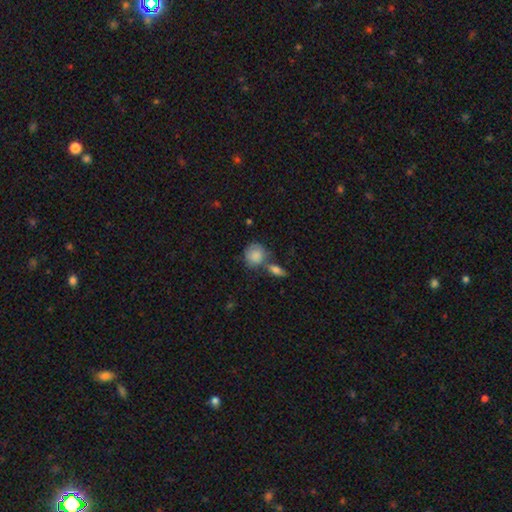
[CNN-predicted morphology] Q: Smooth or featured?
A: smooth (83%); runner-up: featured or disk (10%)
Q: How rounded?
A: round (70%); runner-up: in between (28%)
Q: Merging?
A: none (47%); runner-up: merger (30%)